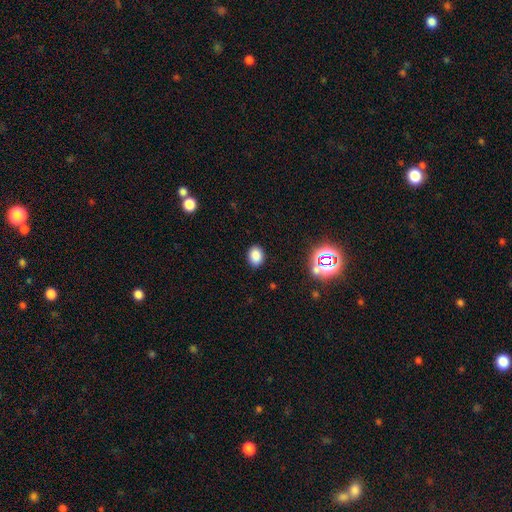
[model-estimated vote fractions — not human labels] Q: Smooth or featured?
A: smooth (83%); runner-up: star or artifact (13%)
Q: How rounded?
A: in between (67%); runner-up: round (32%)
Q: Merging?
A: none (87%); runner-up: minor disturbance (9%)